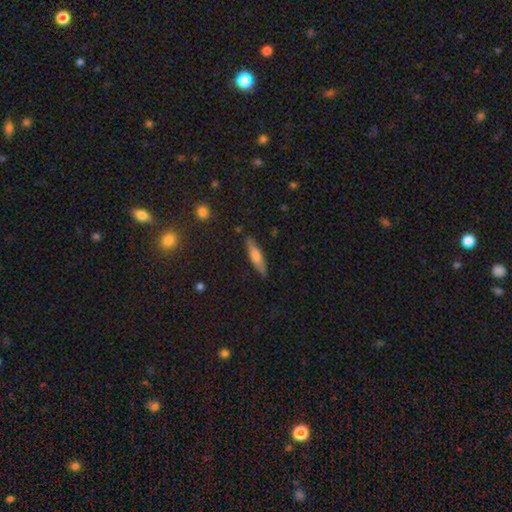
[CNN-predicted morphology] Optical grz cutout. It shows a smooth galaxy with no disk features (63%) that is cigar-shaped (78%). Merging: none (86%).